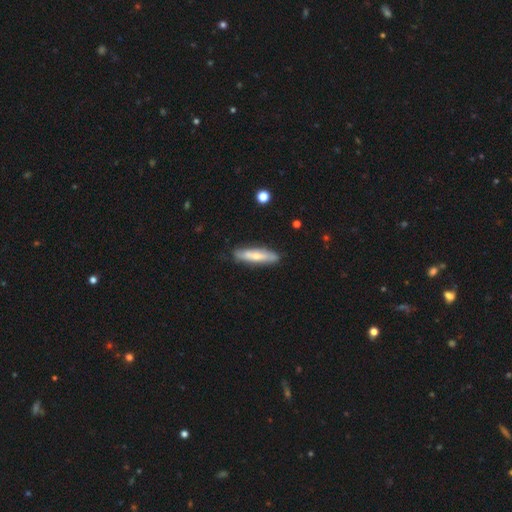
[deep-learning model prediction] A smooth galaxy with no disk features (54%) that is cigar-shaped (73%). Merging: none (81%).